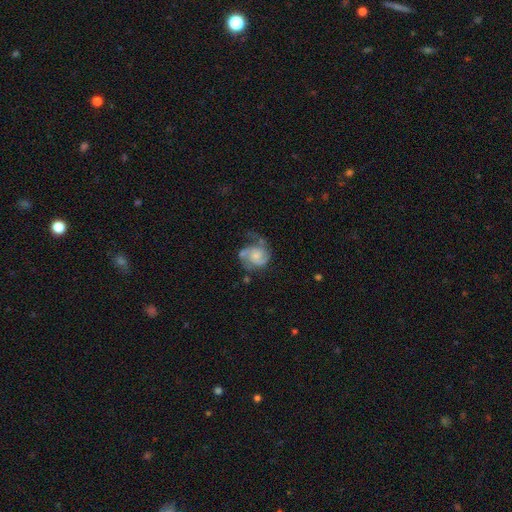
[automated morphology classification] A featured or disk galaxy (77%) with no bar (69%), 2 (75%) medium (47%) spiral arms (93%) and a small central bulge (46%).

Vote fractions:
- Smooth or featured? featured or disk: 77% / smooth: 16% / star or artifact: 6%
- Edge-on disk? no: 98% / yes: 2%
- Bar? no: 69% / weak: 27% / strong: 4%
- Spiral arms? yes: 93% / no: 7%
- Spiral winding? medium: 47% / tight: 32% / loose: 21%
- Spiral arm count? 2: 75% / can't tell: 9% / 3: 7% / 1: 5% / 4: 2% / more than 4: 2%
- Bulge size? small: 46% / moderate: 34% / none: 13% / large: 5% / dominant: 1%
- Merging? none: 47% / minor disturbance: 26% / major disturbance: 22% / merger: 5%